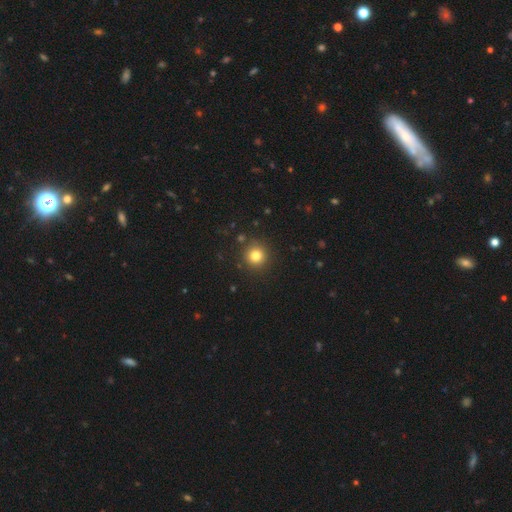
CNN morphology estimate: The model was most divided on "smooth or featured": smooth: 81%, star or artifact: 13%, featured or disk: 6%. More confident: how rounded — round (94%); merging — none (89%).